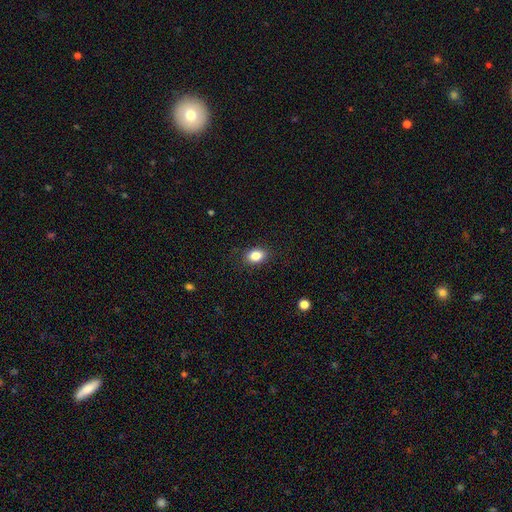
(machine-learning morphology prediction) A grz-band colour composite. It shows a smooth galaxy with no disk features (85%) that is in between round and cigar-shaped (74%). Merging: none (86%).